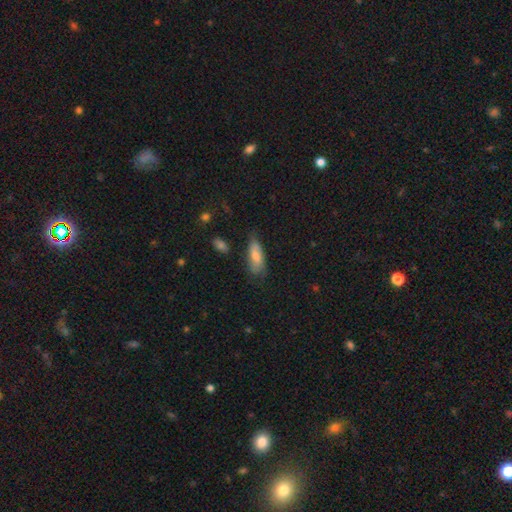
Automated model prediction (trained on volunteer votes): smooth_or_featured: smooth (p=0.64) [alt: featured or disk p=0.28]
how_rounded: in between (p=0.72) [alt: cigar-shaped p=0.26]
merging: none (p=0.61) [alt: minor disturbance p=0.29]